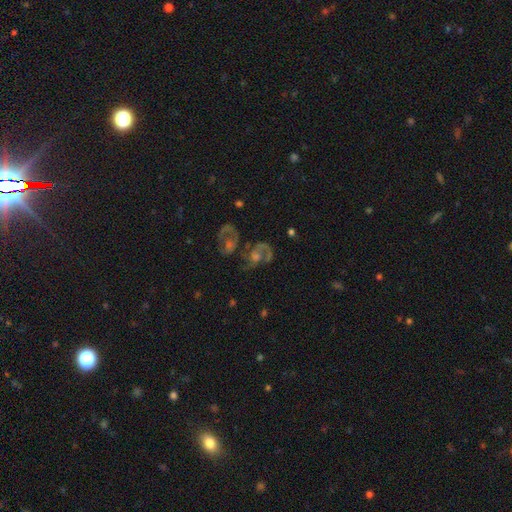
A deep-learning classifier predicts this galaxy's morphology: This appears to be a featured or disk galaxy (60%) with no bar (80%), spiral arms (63%) and a moderate central bulge (46%). Merging: merger (35%).